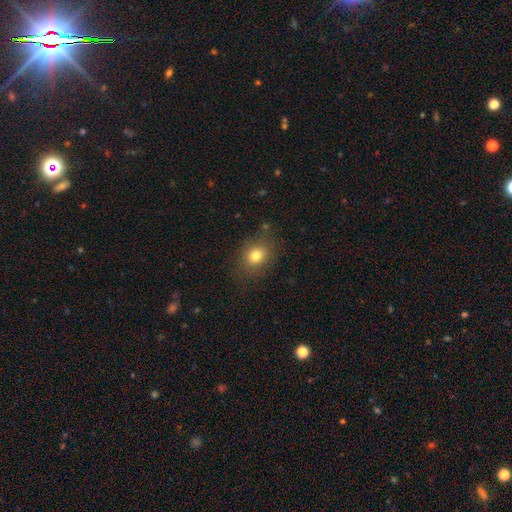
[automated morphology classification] This appears to be a smooth galaxy with no disk features (78%) that is round (58%). Merging: none (80%).